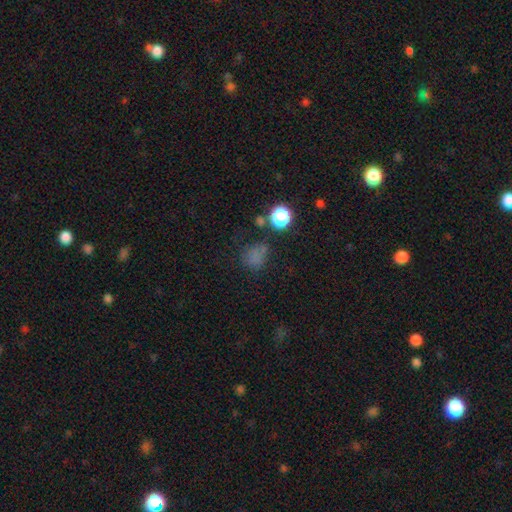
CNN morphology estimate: smooth 67%, star or artifact 25%, featured or disk 8%. Down the decision tree: how rounded — round (73%); merging — none (62%).